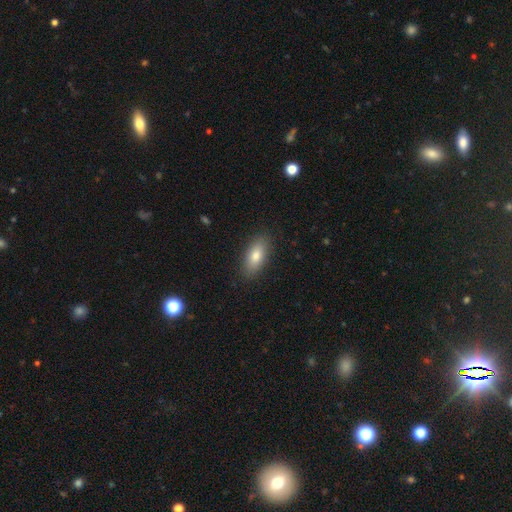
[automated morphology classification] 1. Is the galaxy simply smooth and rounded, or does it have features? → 78% smooth, 15% featured or disk, 7% star or artifact.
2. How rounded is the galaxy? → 82% in between, 15% cigar-shaped, 4% round.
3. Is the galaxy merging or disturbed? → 88% none, 9% minor disturbance, 2% major disturbance, 1% merger.